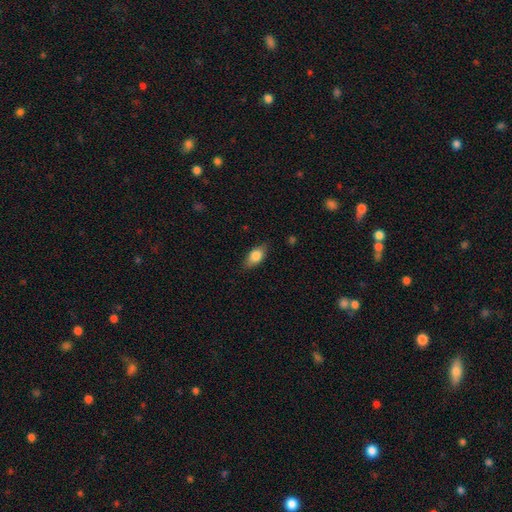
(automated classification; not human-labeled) A smooth galaxy with no disk features (80%) that is in between round and cigar-shaped (87%). Merging: none (81%).